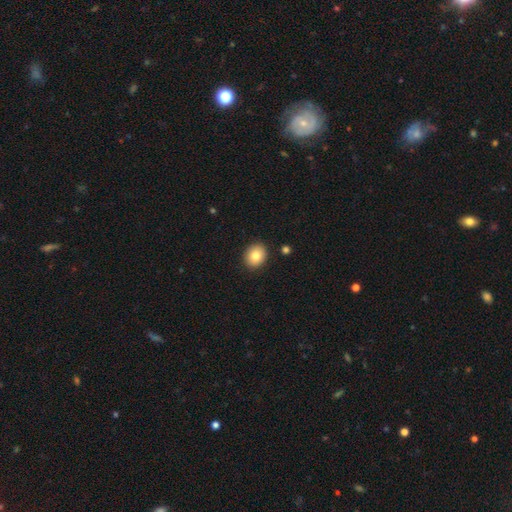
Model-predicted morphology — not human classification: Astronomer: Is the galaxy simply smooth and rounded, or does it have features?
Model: smooth — 84%.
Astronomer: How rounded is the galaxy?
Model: round — 58% (runner-up: in between, 41%).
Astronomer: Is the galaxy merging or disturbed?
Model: none — 90%.